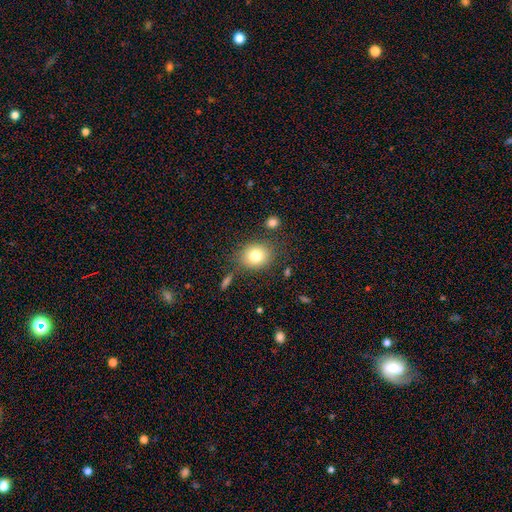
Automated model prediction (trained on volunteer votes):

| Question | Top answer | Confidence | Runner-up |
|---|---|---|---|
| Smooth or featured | smooth | 79% | featured or disk (11%) |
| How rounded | round | 63% | in between (36%) |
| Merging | none | 79% | minor disturbance (12%) |